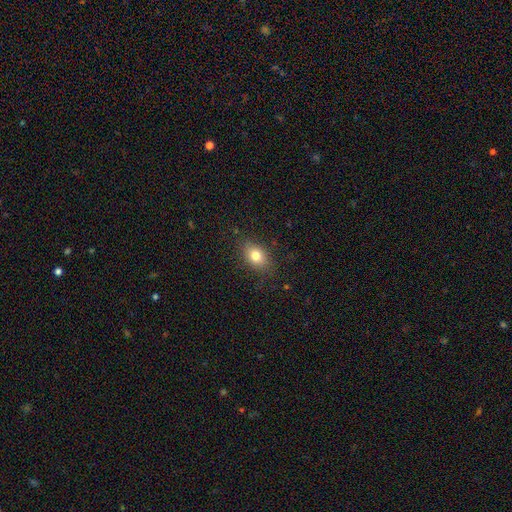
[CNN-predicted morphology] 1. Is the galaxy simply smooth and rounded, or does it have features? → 79% smooth, 11% featured or disk, 10% star or artifact.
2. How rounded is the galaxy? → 75% in between, 23% round, 2% cigar-shaped.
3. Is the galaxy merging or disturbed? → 82% none, 13% minor disturbance, 4% major disturbance, 1% merger.